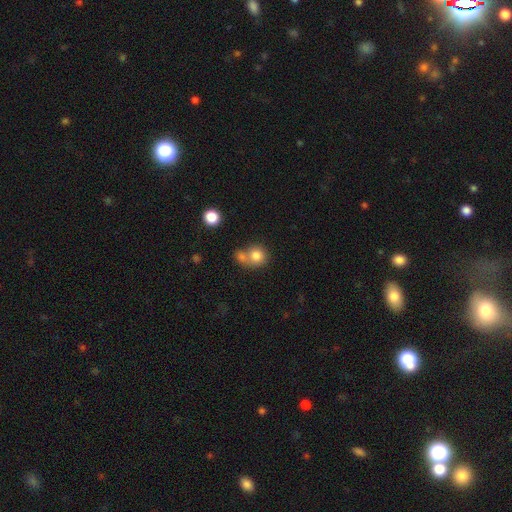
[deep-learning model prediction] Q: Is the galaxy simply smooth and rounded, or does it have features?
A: smooth — 80%.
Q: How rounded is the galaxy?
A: round — 84%.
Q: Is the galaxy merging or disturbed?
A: merger — 47%.